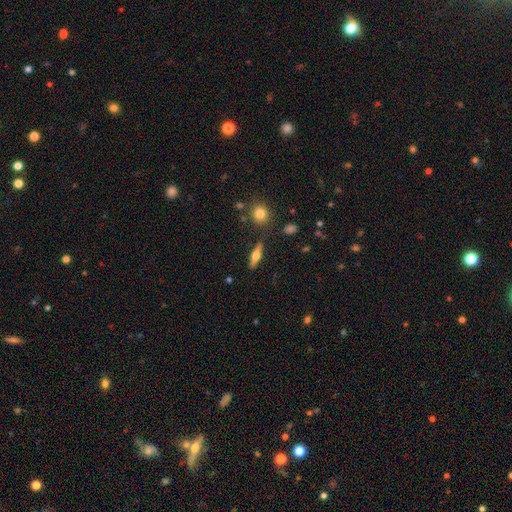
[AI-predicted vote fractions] The model was most divided on "smooth or featured": featured or disk: 54%, smooth: 39%, star or artifact: 7%. More confident: edge-on disk — yes (93%); merging — none (85%).